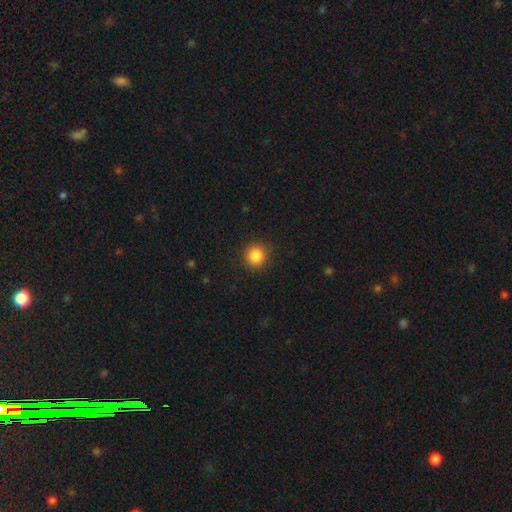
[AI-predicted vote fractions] Smooth or featured? smooth (86%)
How rounded? round (91%)
Merging? none (89%)